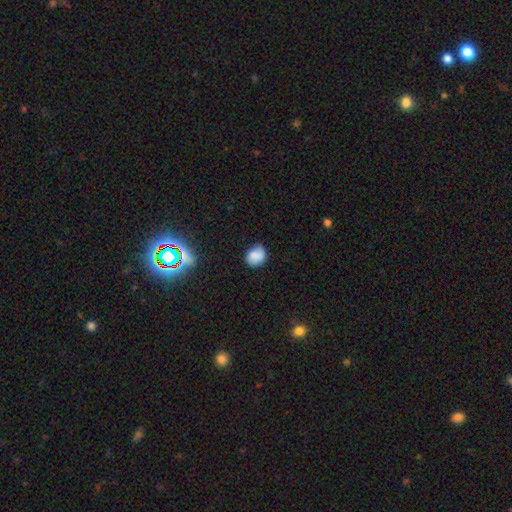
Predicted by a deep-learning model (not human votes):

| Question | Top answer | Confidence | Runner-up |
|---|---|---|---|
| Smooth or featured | smooth | 82% | star or artifact (10%) |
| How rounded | round | 57% | in between (42%) |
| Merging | none | 73% | minor disturbance (21%) |